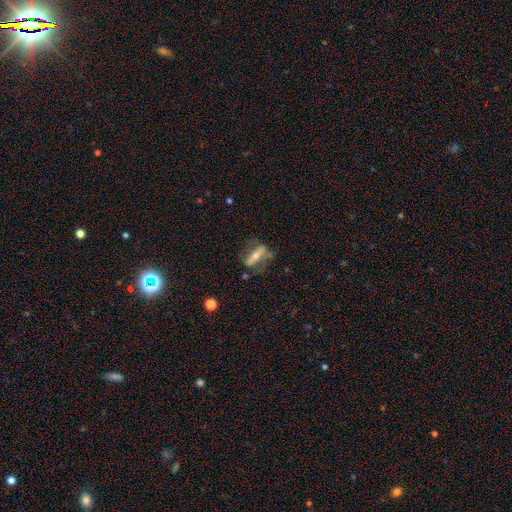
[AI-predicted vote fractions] Smooth or featured: featured or disk — 57% (smooth — 35%)
Edge-on disk: no — 50% (tied with yes — 50%)
Merging: none — 57% (minor disturbance — 22%)